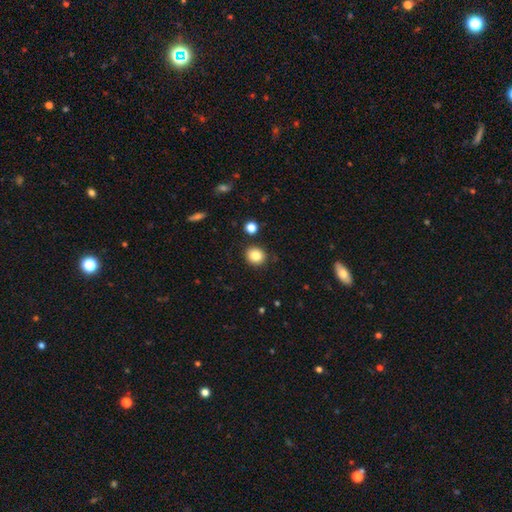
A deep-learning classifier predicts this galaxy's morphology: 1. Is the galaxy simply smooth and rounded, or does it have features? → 84% smooth, 10% star or artifact, 6% featured or disk.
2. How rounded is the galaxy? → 82% round, 17% in between, 1% cigar-shaped.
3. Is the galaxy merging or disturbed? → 88% none, 7% minor disturbance, 3% merger, 2% major disturbance.